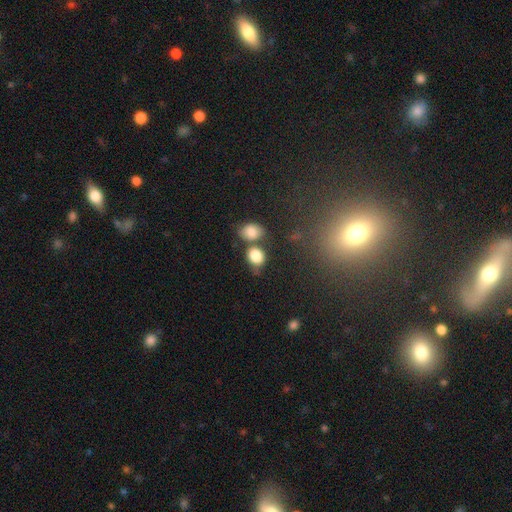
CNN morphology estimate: This is clearly a smooth galaxy (84%). How rounded: possibly in between (50%). Merging: possibly none (49%).